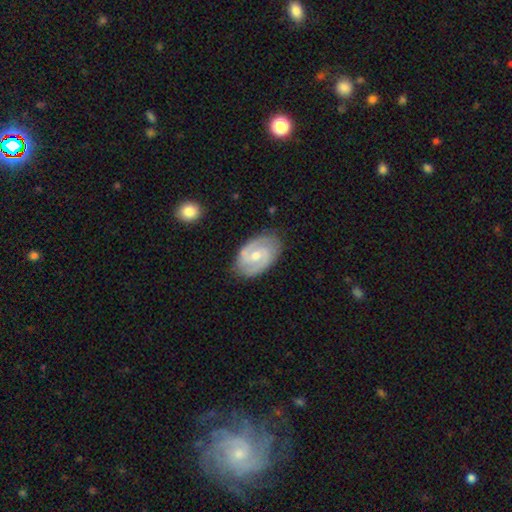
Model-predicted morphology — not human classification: smooth_or_featured: featured or disk (p=0.83) [alt: smooth p=0.13]
disk_edge_on: no (p=0.97) [alt: yes p=0.03]
bar: weak (p=0.53) [alt: no p=0.34]
has_spiral_arms: yes (p=0.95) [alt: no p=0.05]
spiral_winding: medium (p=0.48) [alt: tight p=0.40]
spiral_arm_count: 2 (p=0.87) [alt: can't tell p=0.06]
bulge_size: moderate (p=0.55) [alt: small p=0.41]
merging: none (p=0.81) [alt: minor disturbance p=0.15]